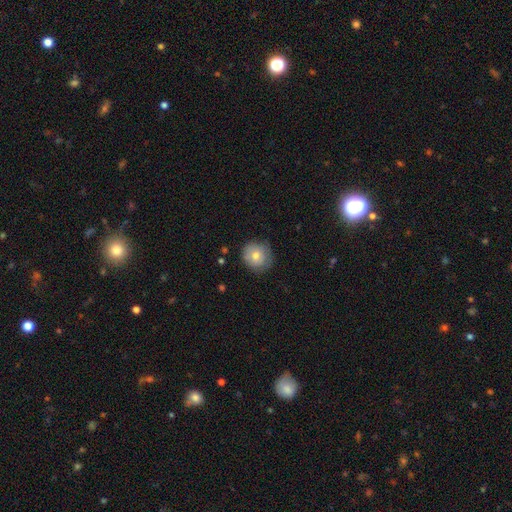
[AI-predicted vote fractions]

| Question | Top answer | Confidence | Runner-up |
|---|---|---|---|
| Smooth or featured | smooth | 68% | featured or disk (24%) |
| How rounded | round | 89% | in between (10%) |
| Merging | none | 78% | minor disturbance (17%) |